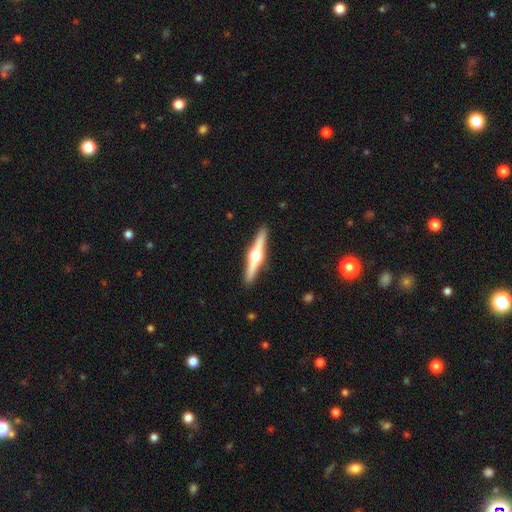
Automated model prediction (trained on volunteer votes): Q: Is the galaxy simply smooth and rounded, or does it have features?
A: featured or disk — 74%.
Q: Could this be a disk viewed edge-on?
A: yes — 98%.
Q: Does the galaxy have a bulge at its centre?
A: rounded — 96%.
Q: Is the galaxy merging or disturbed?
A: none — 91%.